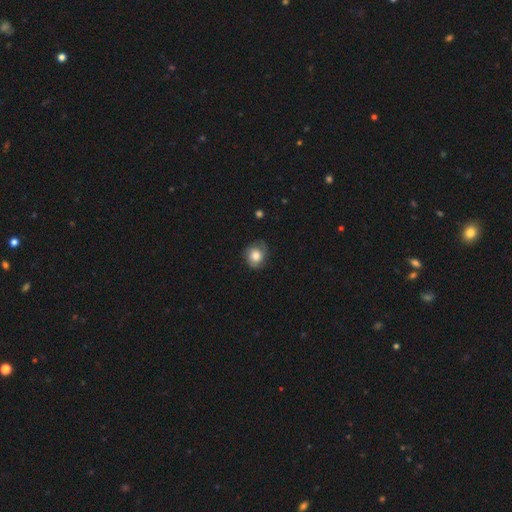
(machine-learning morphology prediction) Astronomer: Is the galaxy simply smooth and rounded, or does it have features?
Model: smooth — 66%.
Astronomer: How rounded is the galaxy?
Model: round — 76%.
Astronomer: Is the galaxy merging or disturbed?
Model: none — 67%.